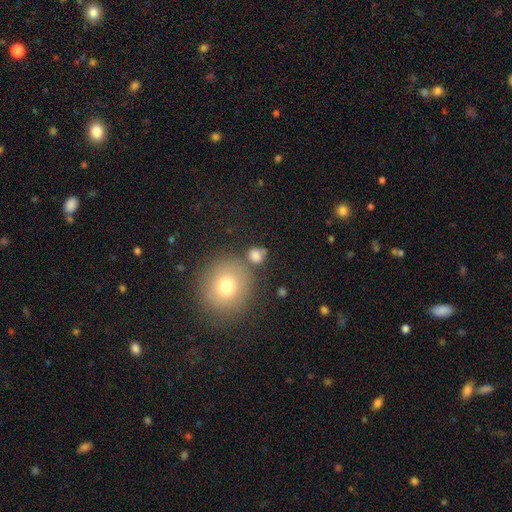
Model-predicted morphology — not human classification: This is likely a smooth galaxy (79%). How rounded: likely round (75%). Merging: likely none (66%).